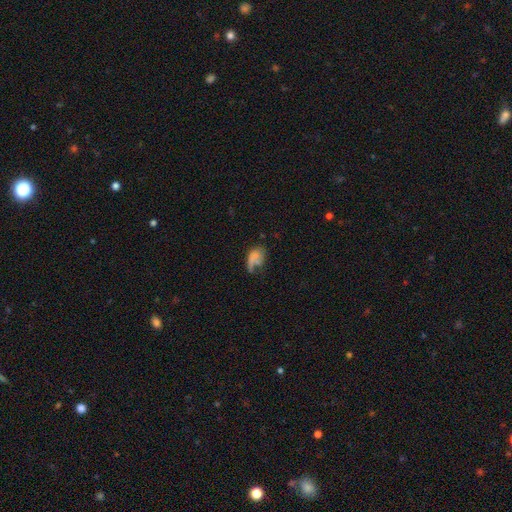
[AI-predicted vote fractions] Smooth or featured? Predicted: smooth (p=0.54). How rounded? Predicted: in between (p=0.81). Merging? Predicted: none (p=0.34).